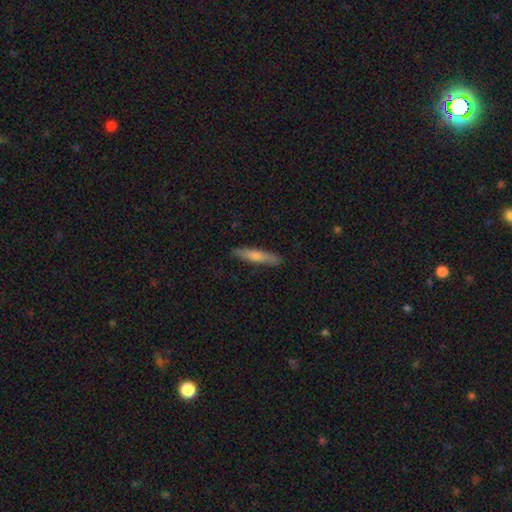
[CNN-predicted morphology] Smooth or featured? smooth (69%)
How rounded? cigar-shaped (88%)
Merging? none (88%)